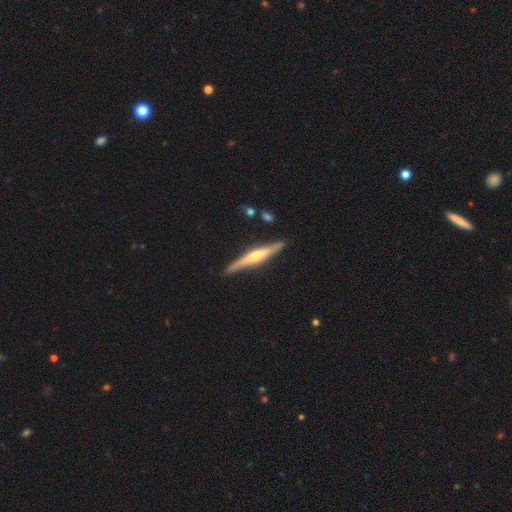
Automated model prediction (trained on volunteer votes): Smooth or featured? Predicted: featured or disk (p=0.72). Edge-on disk? Predicted: yes (p=0.97). Edge-on bulge? Predicted: rounded (p=0.71). Merging? Predicted: none (p=0.87).